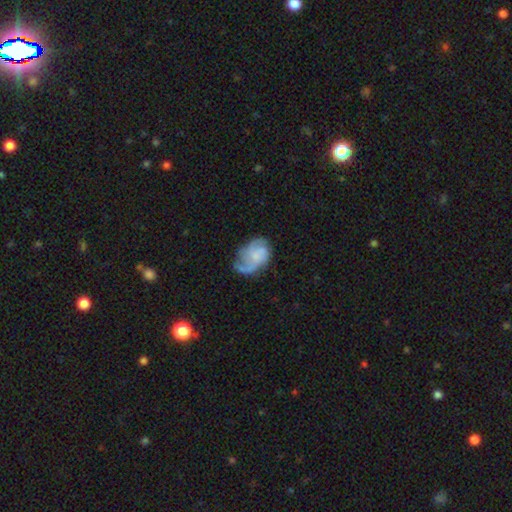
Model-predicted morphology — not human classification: A featured or disk galaxy (66%) with no bar (72%), 2 (34%) medium (43%) spiral arms (88%) and a small central bulge (37%).

Vote fractions:
- Smooth or featured? featured or disk: 66% / smooth: 26% / star or artifact: 7%
- Edge-on disk? no: 98% / yes: 2%
- Bar? no: 72% / weak: 25% / strong: 3%
- Spiral arms? yes: 88% / no: 12%
- Spiral winding? medium: 43% / loose: 32% / tight: 25%
- Spiral arm count? 2: 34% / 3: 25% / can't tell: 21% / 1: 11% / 4: 5% / more than 4: 4%
- Bulge size? small: 37% / none: 35% / moderate: 21% / large: 5% / dominant: 2%
- Merging? none: 47% / minor disturbance: 28% / major disturbance: 22% / merger: 3%